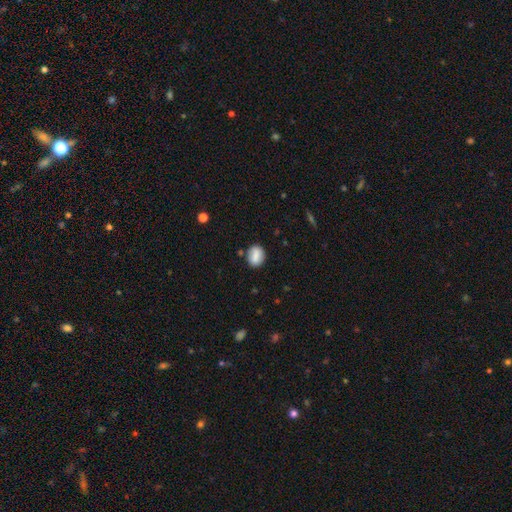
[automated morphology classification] The model was most divided on "how rounded": in between: 55%, round: 43%, cigar-shaped: 2%. More confident: merging — none (79%); smooth or featured — smooth (79%).